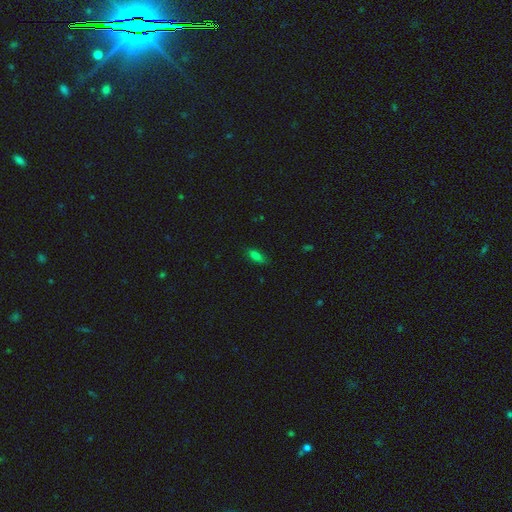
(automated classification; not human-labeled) smooth 77%, star or artifact 14%, featured or disk 9%. Down the decision tree: how rounded — in between (74%); merging — none (84%).